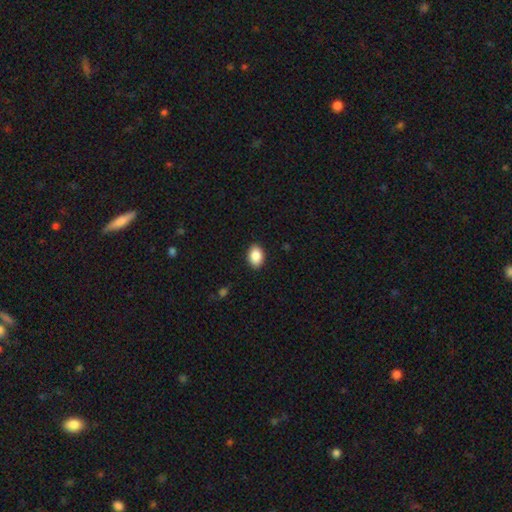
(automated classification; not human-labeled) smooth 88%, star or artifact 7%, featured or disk 5%. Down the decision tree: how rounded — in between (83%); merging — none (90%).